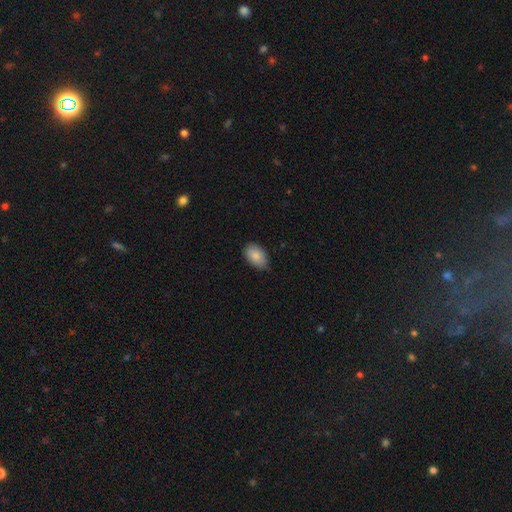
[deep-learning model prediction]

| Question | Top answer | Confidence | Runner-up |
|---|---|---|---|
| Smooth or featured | smooth | 85% | featured or disk (8%) |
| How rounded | in between | 90% | round (9%) |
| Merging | none | 78% | minor disturbance (18%) |